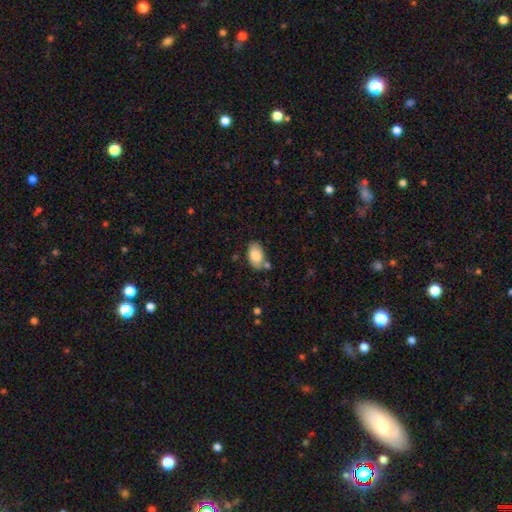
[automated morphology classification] Smooth or featured? Predicted: smooth (p=0.84). How rounded? Predicted: in between (p=0.92). Merging? Predicted: none (p=0.67).